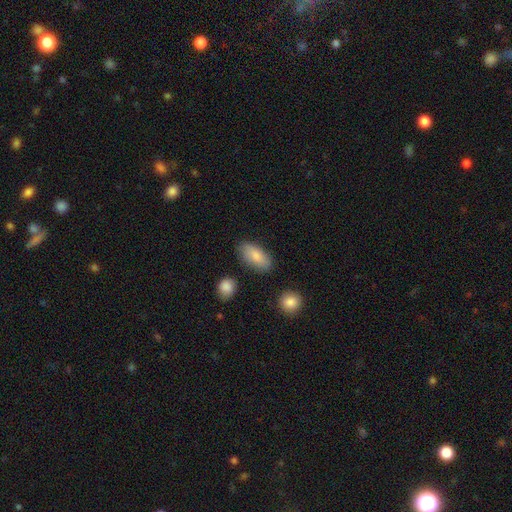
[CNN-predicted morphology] This appears to be a smooth galaxy with no disk features (83%) that is in between round and cigar-shaped (91%). Merging: none (80%).